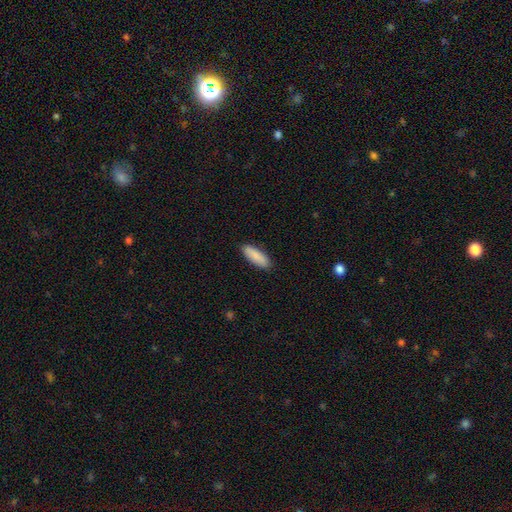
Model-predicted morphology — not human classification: Q: Smooth or featured?
A: smooth (88%); runner-up: featured or disk (6%)
Q: How rounded?
A: in between (62%); runner-up: cigar-shaped (36%)
Q: Merging?
A: none (88%); runner-up: minor disturbance (9%)